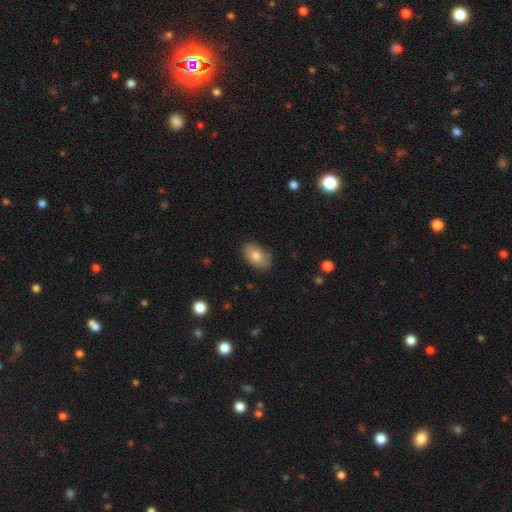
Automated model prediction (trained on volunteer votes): This is clearly a smooth galaxy (81%). How rounded: clearly in between (92%). Merging: clearly none (83%).